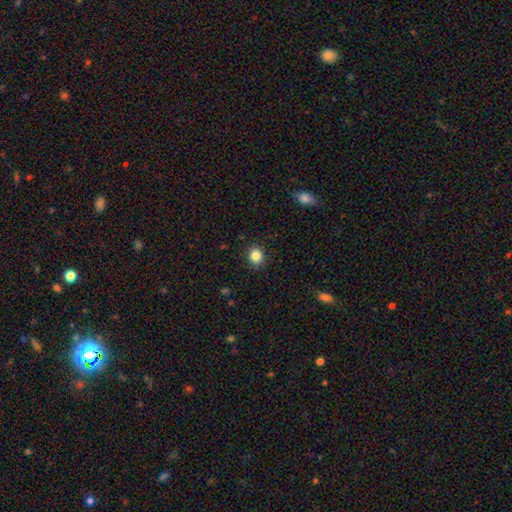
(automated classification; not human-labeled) A smooth galaxy with no disk features (85%) that is round (78%).

Vote fractions:
- Smooth or featured? smooth: 85% / star or artifact: 10% / featured or disk: 5%
- How rounded? round: 78% / in between: 21% / cigar-shaped: 1%
- Merging? none: 90% / minor disturbance: 7% / major disturbance: 2% / merger: 1%